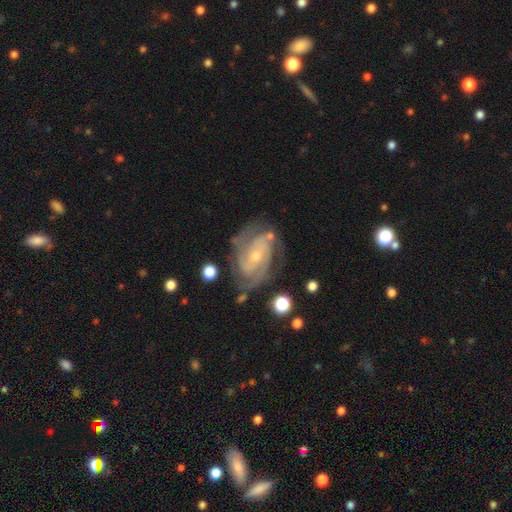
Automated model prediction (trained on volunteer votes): smooth_or_featured: featured or disk (p=0.89) [alt: smooth p=0.06]
disk_edge_on: no (p=0.97) [alt: yes p=0.03]
bar: no (p=0.55) [alt: weak p=0.33]
has_spiral_arms: yes (p=0.97) [alt: no p=0.03]
spiral_winding: tight (p=0.55) [alt: medium p=0.38]
spiral_arm_count: 2 (p=0.39) [alt: 3 p=0.28]
bulge_size: small (p=0.69) [alt: moderate p=0.27]
merging: none (p=0.69) [alt: minor disturbance p=0.19]